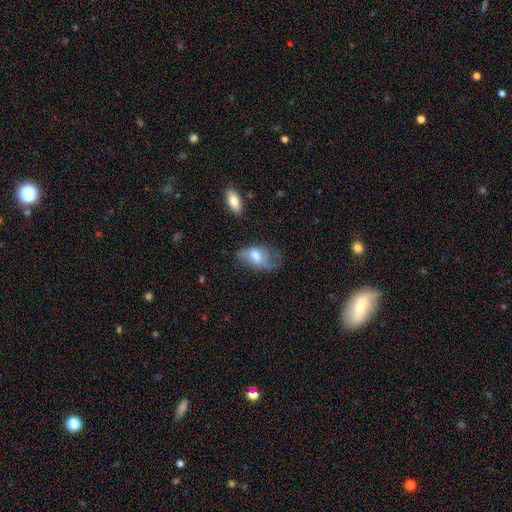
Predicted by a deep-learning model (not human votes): The model was most divided on "merging": none: 40%, minor disturbance: 33%, major disturbance: 24%, merger: 3%. More confident: how rounded — in between (89%); smooth or featured — smooth (64%).